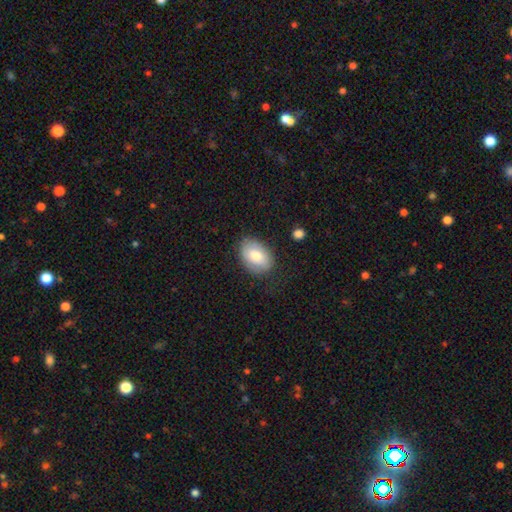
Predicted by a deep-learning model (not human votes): This appears to be a smooth galaxy with no disk features (76%) that is in between round and cigar-shaped (82%). Merging: none (79%).